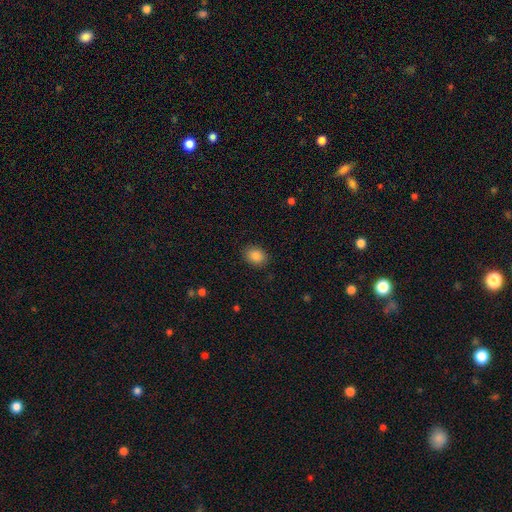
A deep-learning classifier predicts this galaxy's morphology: smooth 87%, star or artifact 9%, featured or disk 5%. Down the decision tree: how rounded — in between (61%); merging — none (88%).